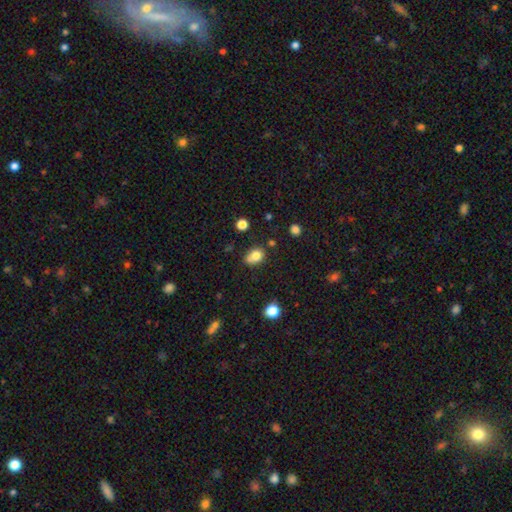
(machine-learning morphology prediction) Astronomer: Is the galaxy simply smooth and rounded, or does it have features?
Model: smooth — 79%.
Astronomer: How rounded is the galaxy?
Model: in between — 58% (runner-up: round, 41%).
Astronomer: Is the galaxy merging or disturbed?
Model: none — 55%.